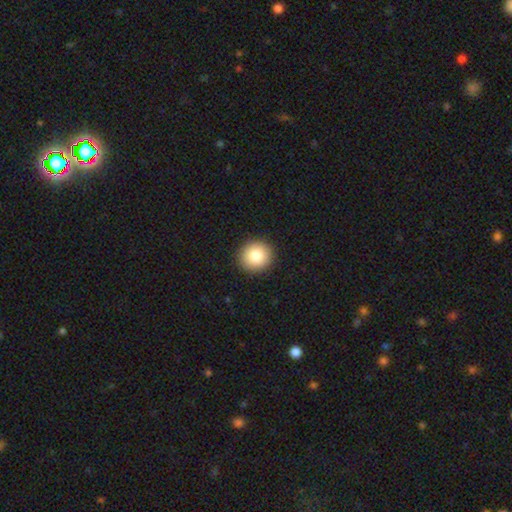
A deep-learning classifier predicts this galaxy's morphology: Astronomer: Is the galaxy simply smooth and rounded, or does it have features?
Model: smooth — 84%.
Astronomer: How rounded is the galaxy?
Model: round — 92%.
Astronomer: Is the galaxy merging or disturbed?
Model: none — 93%.